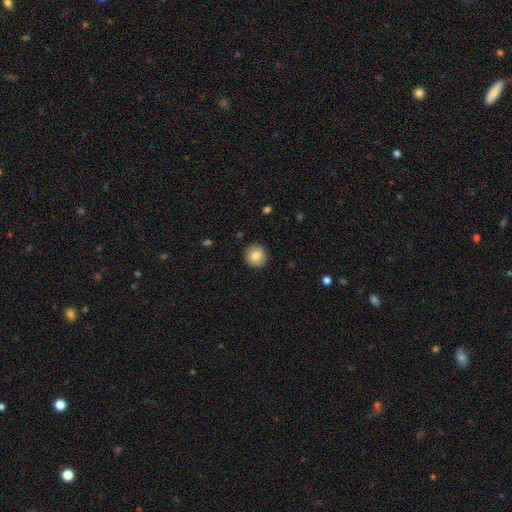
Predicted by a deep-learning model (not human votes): A smooth galaxy with no disk features (85%) that is round (92%). Merging: none (90%).